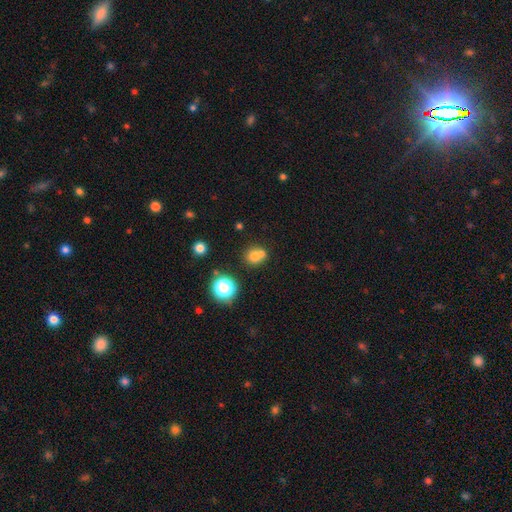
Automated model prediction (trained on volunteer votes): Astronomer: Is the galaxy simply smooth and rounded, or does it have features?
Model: smooth — 71%.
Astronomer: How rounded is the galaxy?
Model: round — 76%.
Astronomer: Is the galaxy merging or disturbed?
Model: merger — 49% (runner-up: none, 40%).